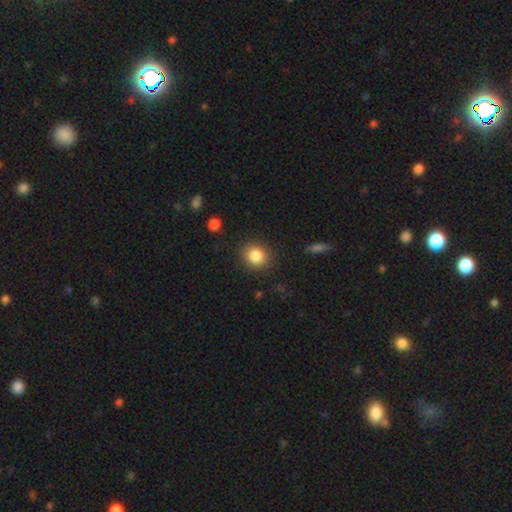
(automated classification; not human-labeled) This is clearly a smooth galaxy (85%). How rounded: likely round (80%). Merging: clearly none (88%).